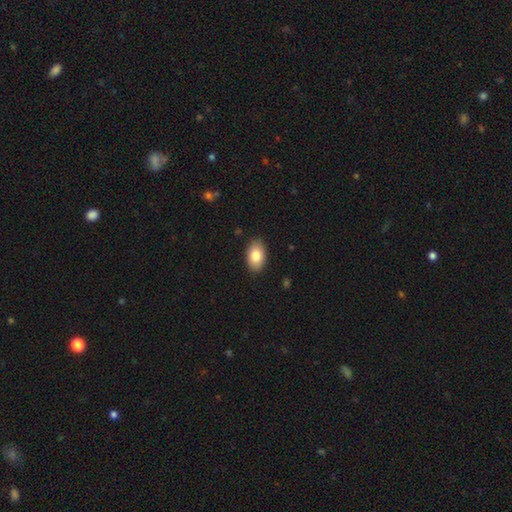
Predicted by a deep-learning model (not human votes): smooth_or_featured: smooth (p=0.83) [alt: featured or disk p=0.10]
how_rounded: in between (p=0.92) [alt: round p=0.07]
merging: none (p=0.88) [alt: minor disturbance p=0.09]